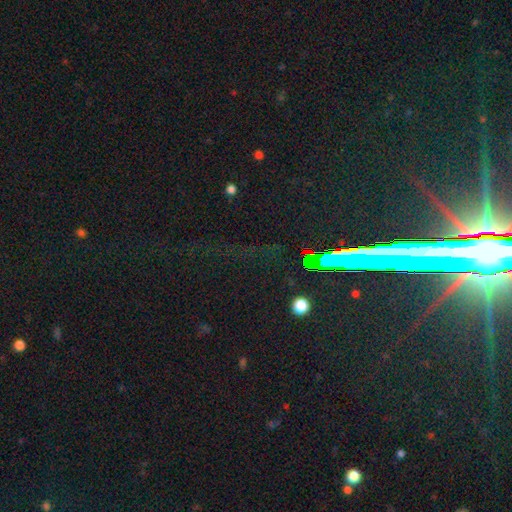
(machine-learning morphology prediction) Q: Smooth or featured?
A: star or artifact (74%); runner-up: featured or disk (16%)